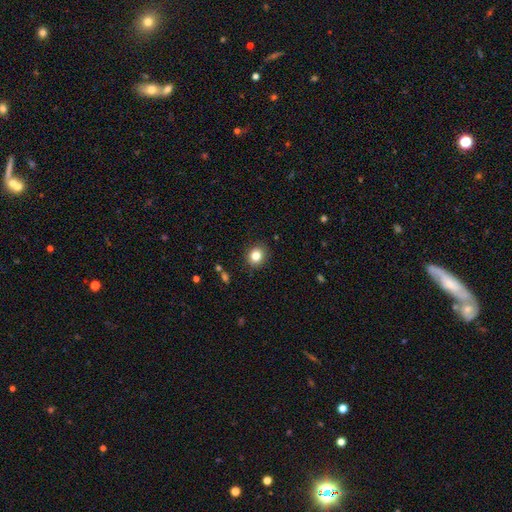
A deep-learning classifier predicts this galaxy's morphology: A smooth galaxy with no disk features (82%) that is round (77%).

Vote fractions:
- Smooth or featured? smooth: 82% / star or artifact: 11% / featured or disk: 7%
- How rounded? round: 77% / in between: 22% / cigar-shaped: 1%
- Merging? none: 89% / minor disturbance: 7% / major disturbance: 2% / merger: 1%